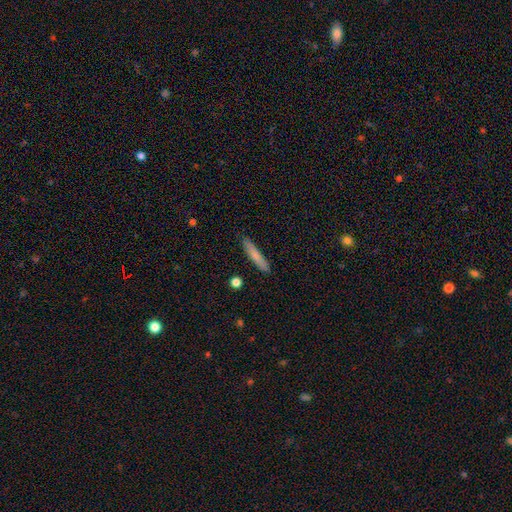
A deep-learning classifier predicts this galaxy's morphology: Overall: smooth (72%). How rounded: cigar-shaped (92%). Merging: none (88%).